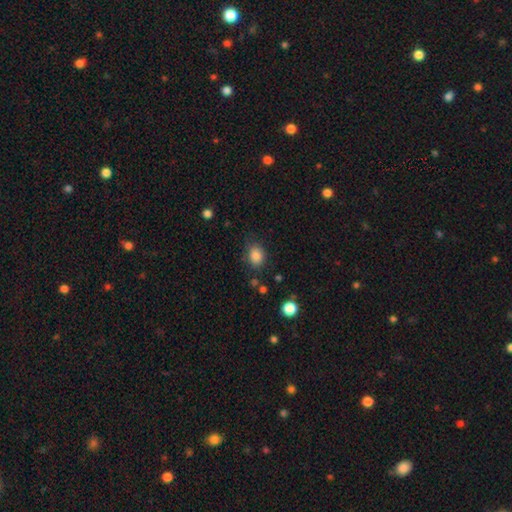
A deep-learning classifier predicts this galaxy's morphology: type=smooth (85%); roundness=in between (56%); merging=none (76%).